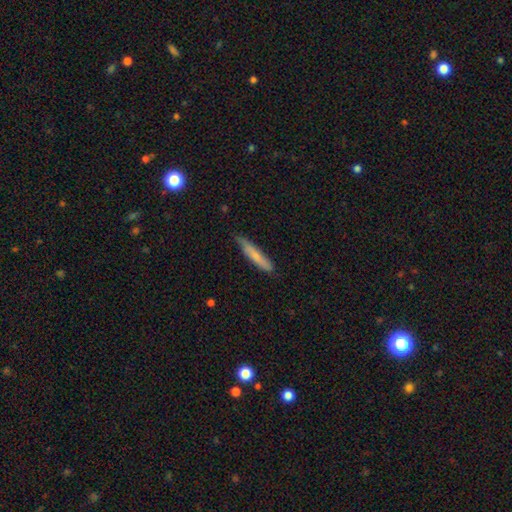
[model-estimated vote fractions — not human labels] Smooth or featured?
  - smooth: 72% *
  - featured or disk: 22%
  - star or artifact: 6%
How rounded?
  - cigar-shaped: 92% *
  - in between: 7%
  - round: 1%
Merging?
  - none: 76% *
  - minor disturbance: 20%
  - major disturbance: 3%
  - merger: 1%